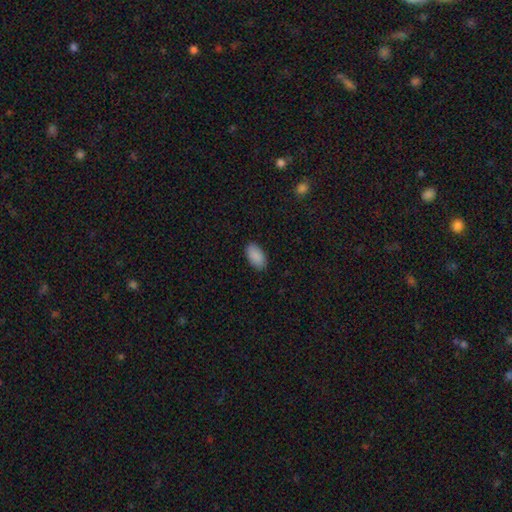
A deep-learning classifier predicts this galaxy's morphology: smooth 90%, star or artifact 7%, featured or disk 3%. Down the decision tree: how rounded — in between (95%); merging — none (88%).